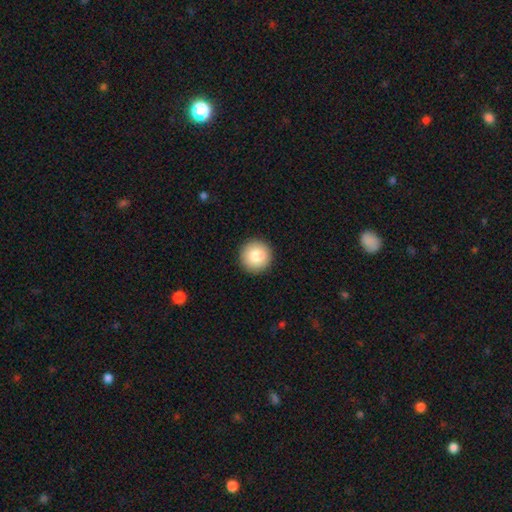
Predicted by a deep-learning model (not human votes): A smooth galaxy with no disk features (85%) that is round (96%). Merging: none (93%).